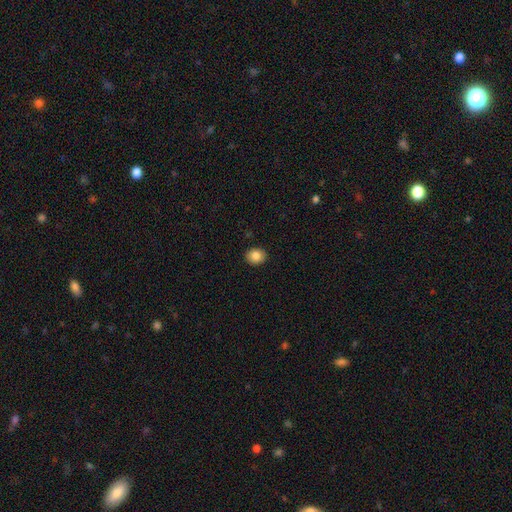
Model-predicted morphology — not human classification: Smooth or featured?
  - smooth: 85% *
  - star or artifact: 9%
  - featured or disk: 6%
How rounded?
  - round: 55% *
  - in between: 44%
  - cigar-shaped: 1%
Merging?
  - none: 91% *
  - minor disturbance: 7%
  - major disturbance: 2%
  - merger: 1%